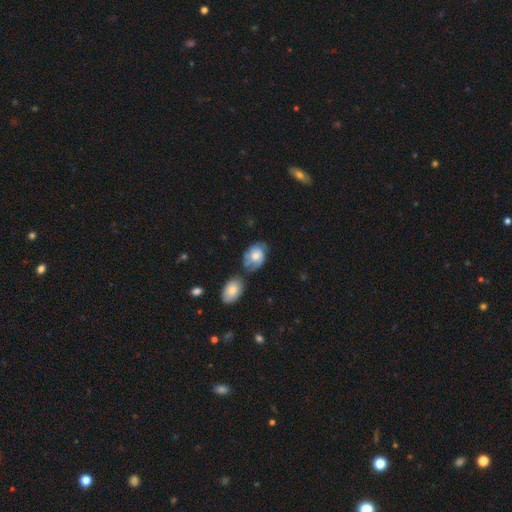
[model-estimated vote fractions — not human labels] Smooth or featured?
  - smooth: 53% *
  - featured or disk: 39%
  - star or artifact: 8%
How rounded?
  - in between: 73% *
  - round: 26%
  - cigar-shaped: 1%
Merging?
  - none: 47% *
  - minor disturbance: 25%
  - merger: 18%
  - major disturbance: 9%